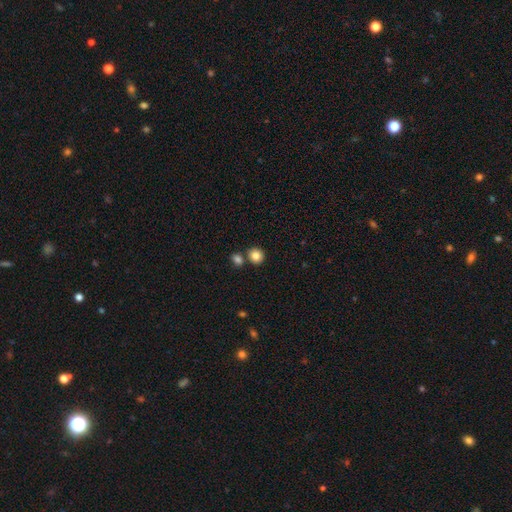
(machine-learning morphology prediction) A smooth galaxy with no disk features (84%) that is round (87%).

Vote fractions:
- Smooth or featured? smooth: 84% / star or artifact: 10% / featured or disk: 6%
- How rounded? round: 87% / in between: 12% / cigar-shaped: 1%
- Merging? none: 72% / merger: 18% / minor disturbance: 8% / major disturbance: 2%